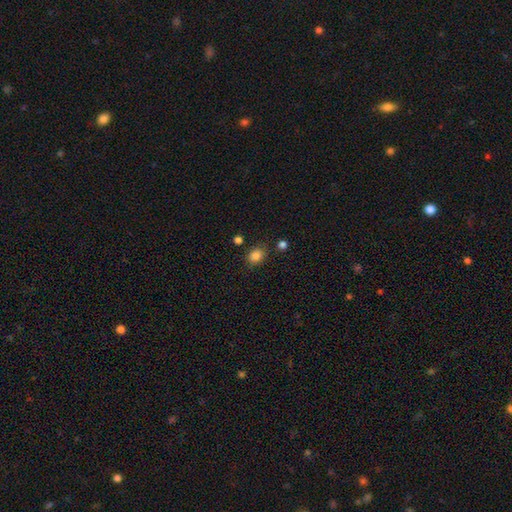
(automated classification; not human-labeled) A smooth galaxy with no disk features (84%) that is round (54%). Merging: none (80%).